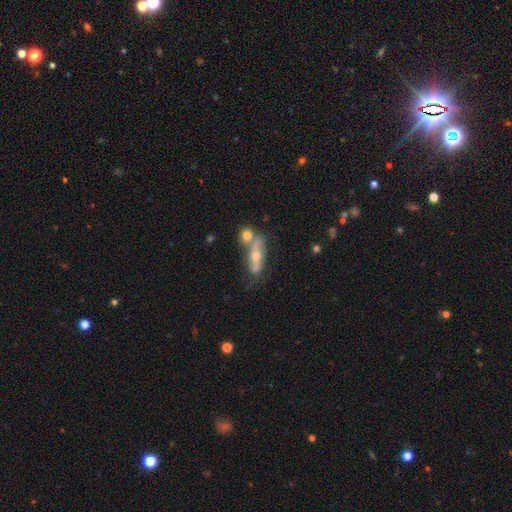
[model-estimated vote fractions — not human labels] Morphology: type=featured or disk (57%); edge-on=no (57%); merging=none (46%).